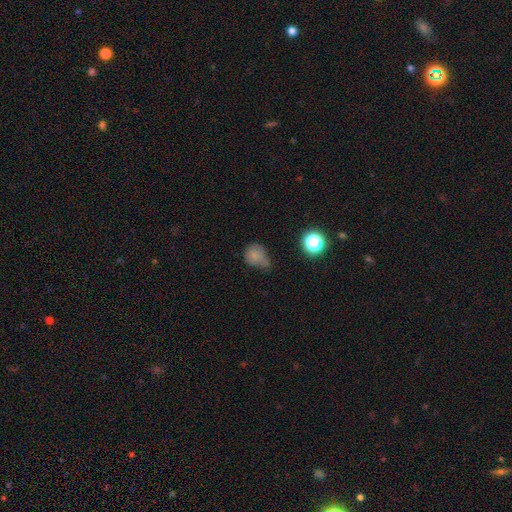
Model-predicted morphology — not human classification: smooth 72%, star or artifact 16%, featured or disk 11%. Down the decision tree: how rounded — round (56%); merging — minor disturbance (43%).